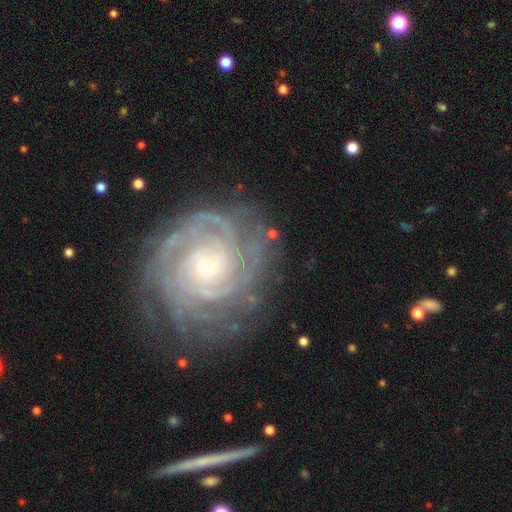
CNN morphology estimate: Smooth or featured: featured or disk — 88% (star or artifact — 6%)
Edge-on disk: no — 97% (yes — 3%)
Bar: no — 79% (weak — 15%)
Spiral arms: yes — 97% (no — 3%)
Spiral winding: tight — 79% (medium — 18%)
Spiral arm count: can't tell — 28% (4 — 19%)
Bulge size: small — 76% (moderate — 20%)
Merging: none — 76% (minor disturbance — 15%)